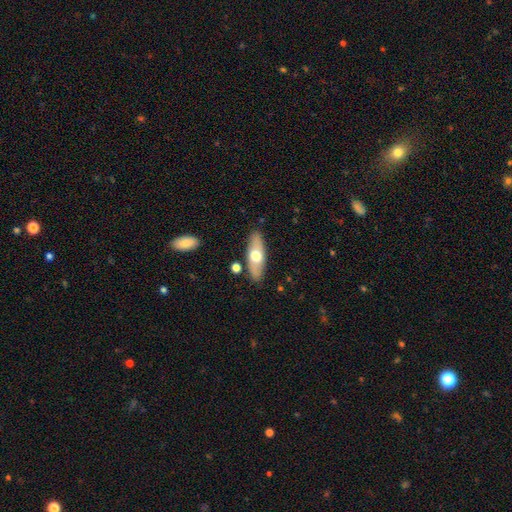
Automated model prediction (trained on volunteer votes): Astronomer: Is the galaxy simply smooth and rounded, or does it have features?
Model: smooth — 56% (runner-up: featured or disk, 39%).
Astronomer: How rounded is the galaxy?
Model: in between — 64%.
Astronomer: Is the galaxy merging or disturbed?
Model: none — 85%.